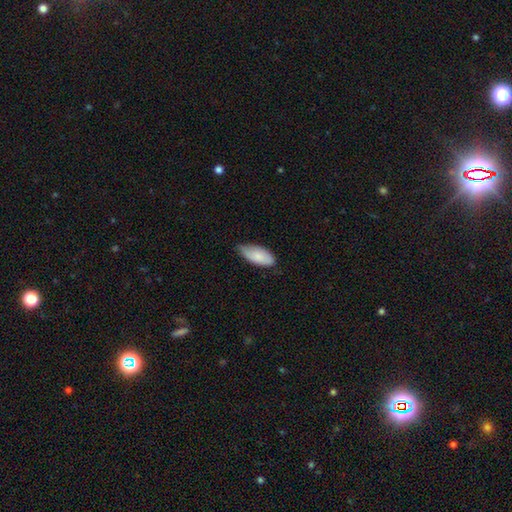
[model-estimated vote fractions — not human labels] Smooth or featured: smooth — 84% (featured or disk — 10%)
How rounded: in between — 89% (cigar-shaped — 9%)
Merging: none — 60% (minor disturbance — 35%)